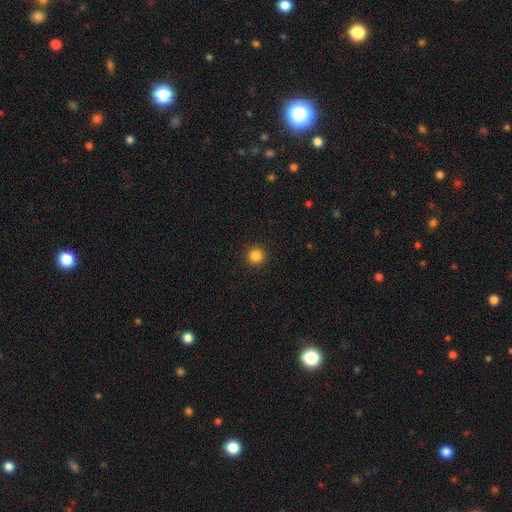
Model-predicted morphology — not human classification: The model was most divided on "smooth or featured": smooth: 85%, star or artifact: 11%, featured or disk: 3%. More confident: how rounded — round (95%); merging — none (93%).